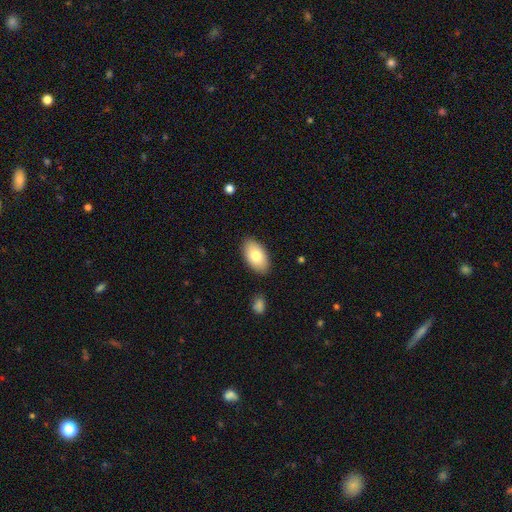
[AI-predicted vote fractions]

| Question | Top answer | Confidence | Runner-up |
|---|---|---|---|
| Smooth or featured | smooth | 80% | featured or disk (14%) |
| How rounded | in between | 95% | round (3%) |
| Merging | none | 87% | minor disturbance (9%) |